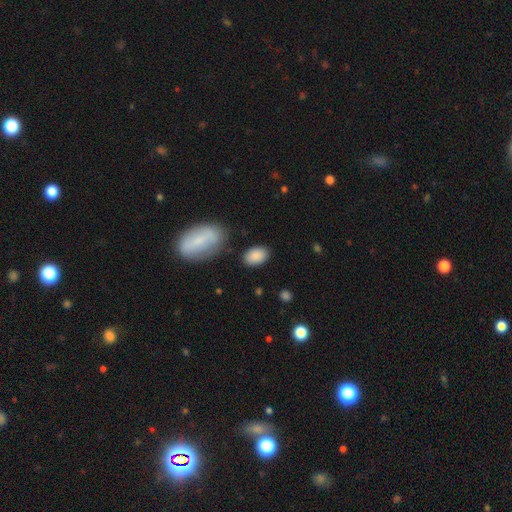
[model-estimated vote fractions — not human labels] This is clearly a smooth galaxy (88%). How rounded: clearly in between (89%). Merging: clearly none (81%).